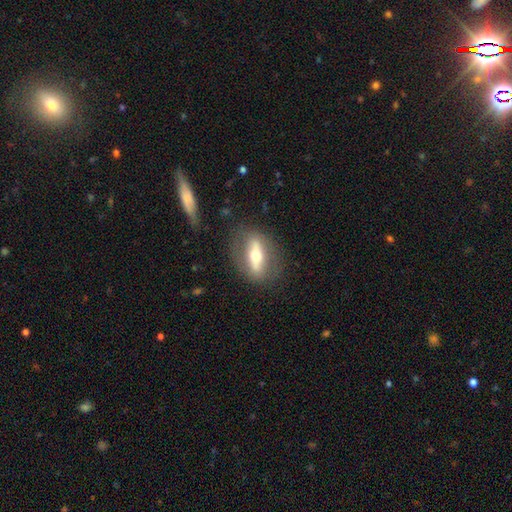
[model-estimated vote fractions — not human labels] The model was most divided on "edge-on disk": yes: 51%, no: 49%. More confident: merging — none (78%); smooth or featured — featured or disk (60%).